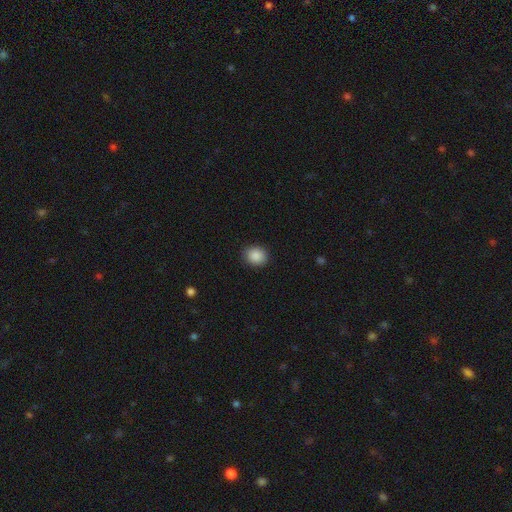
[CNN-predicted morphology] smooth-or-featured: smooth: 89% | star or artifact: 8% | featured or disk: 3%
  how-rounded: round: 71% | in between: 28% | cigar-shaped: 1%
  merging: none: 89% | minor disturbance: 8% | major disturbance: 2% | merger: 1%